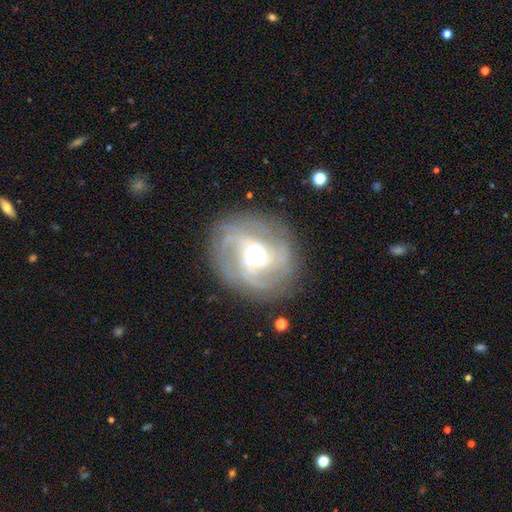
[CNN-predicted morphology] This is clearly a featured or disk galaxy (85%). It is clearly not viewed edge-on (97%). Bar: likely no (64%). Spiral arm pattern: clearly yes (96%). Spiral arm count: marginally 3 (27%). Spiral winding: possibly tight (53%). Central bulge: possibly small (58%). Merging: likely none (79%).